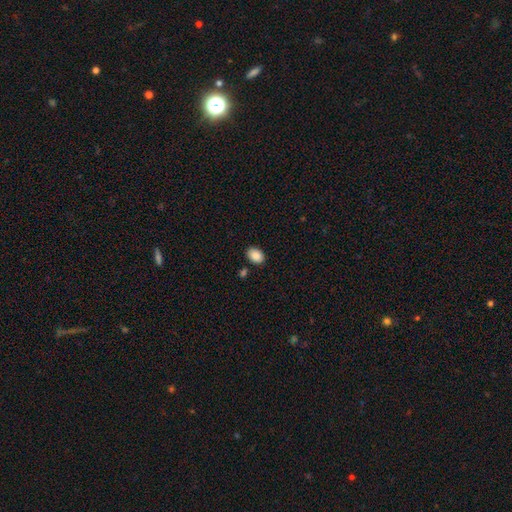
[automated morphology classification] type=smooth (89%); roundness=in between (77%); merging=none (84%).